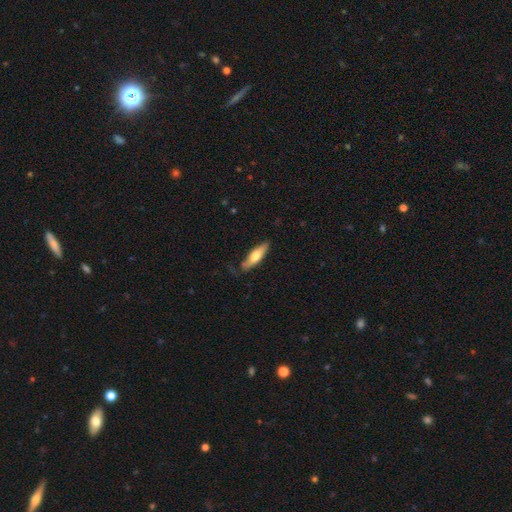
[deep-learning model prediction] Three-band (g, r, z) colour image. It shows a smooth galaxy with no disk features (66%) that is cigar-shaped (58%). Merging: none (68%).